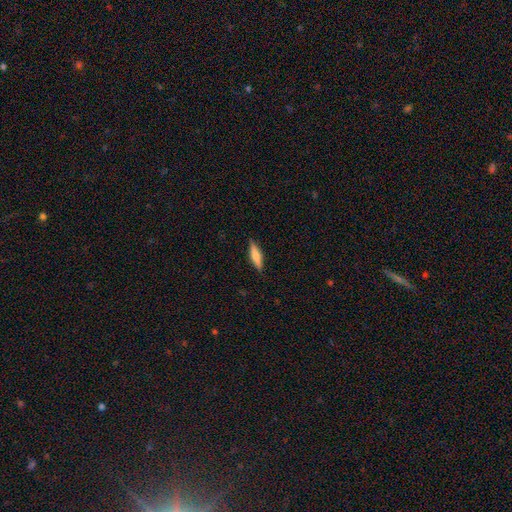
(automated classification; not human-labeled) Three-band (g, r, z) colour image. It shows a smooth galaxy with no disk features (61%) that is cigar-shaped (76%). Merging: none (89%).